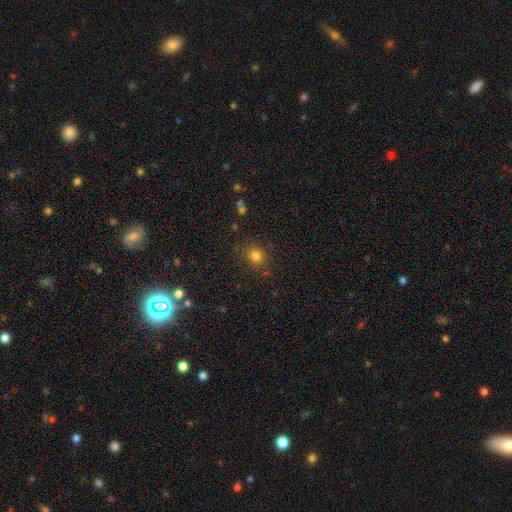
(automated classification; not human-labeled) The model was most divided on "how rounded": round: 74%, in between: 25%, cigar-shaped: 1%. More confident: merging — none (82%); smooth or featured — smooth (79%).